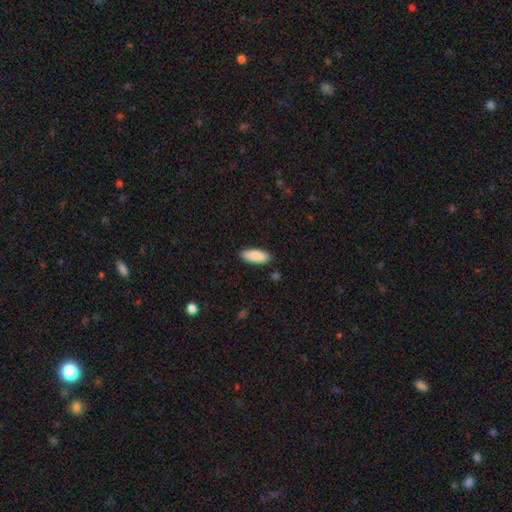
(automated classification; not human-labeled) Smooth or featured?
  - smooth: 90% *
  - star or artifact: 6%
  - featured or disk: 5%
How rounded?
  - in between: 79% *
  - cigar-shaped: 19%
  - round: 2%
Merging?
  - none: 88% *
  - minor disturbance: 9%
  - major disturbance: 2%
  - merger: 1%